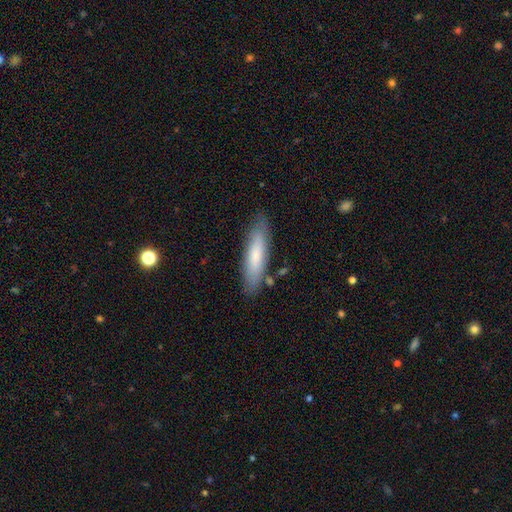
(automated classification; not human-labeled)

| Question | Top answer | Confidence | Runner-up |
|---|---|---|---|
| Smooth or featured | smooth | 73% | featured or disk (21%) |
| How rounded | cigar-shaped | 68% | in between (31%) |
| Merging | none | 82% | minor disturbance (13%) |